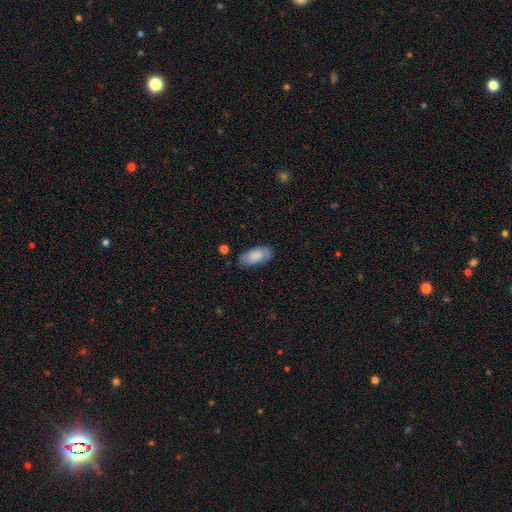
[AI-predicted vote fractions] Smooth or featured: smooth — 78% (featured or disk — 16%)
How rounded: in between — 92% (cigar-shaped — 6%)
Merging: none — 80% (minor disturbance — 15%)